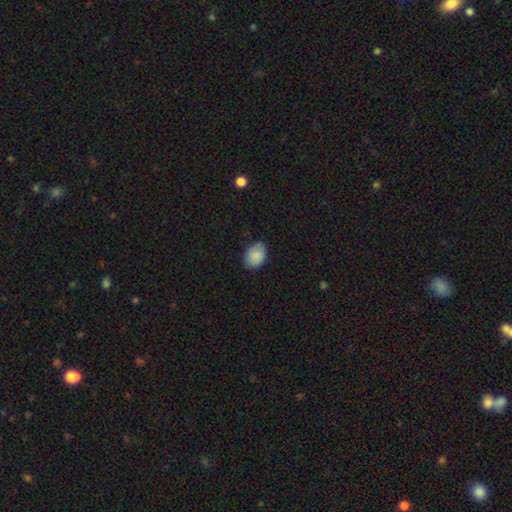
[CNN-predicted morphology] A smooth galaxy with no disk features (86%) that is in between round and cigar-shaped (76%).

Vote fractions:
- Smooth or featured? smooth: 86% / featured or disk: 7% / star or artifact: 7%
- How rounded? in between: 76% / round: 23% / cigar-shaped: 1%
- Merging? none: 78% / minor disturbance: 18% / major disturbance: 3% / merger: 1%